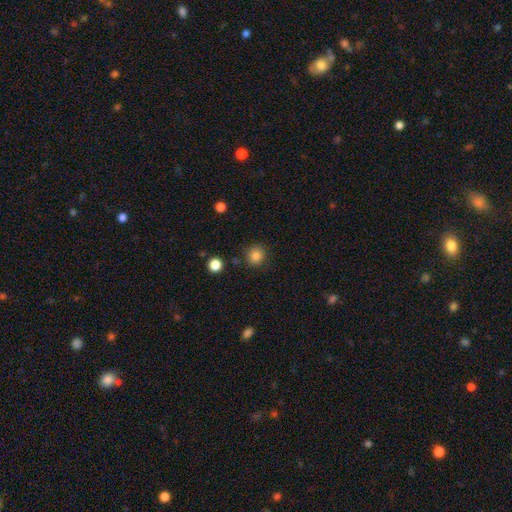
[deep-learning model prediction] smooth_or_featured: smooth (p=0.84) [alt: star or artifact p=0.12]
how_rounded: round (p=0.90) [alt: in between p=0.09]
merging: none (p=0.86) [alt: minor disturbance p=0.08]